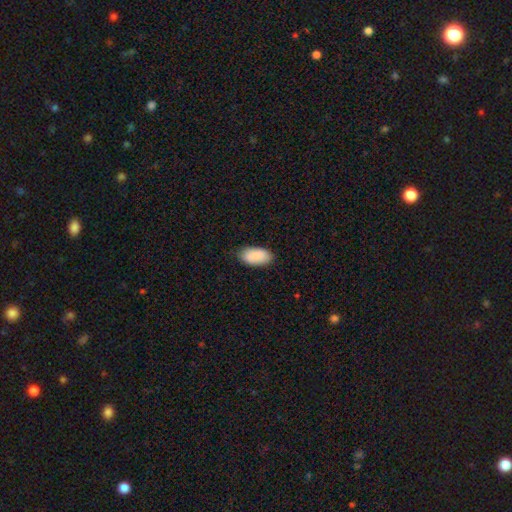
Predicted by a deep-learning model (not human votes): Q: Smooth or featured?
A: smooth (90%); runner-up: star or artifact (6%)
Q: How rounded?
A: in between (95%); runner-up: round (3%)
Q: Merging?
A: none (82%); runner-up: minor disturbance (14%)